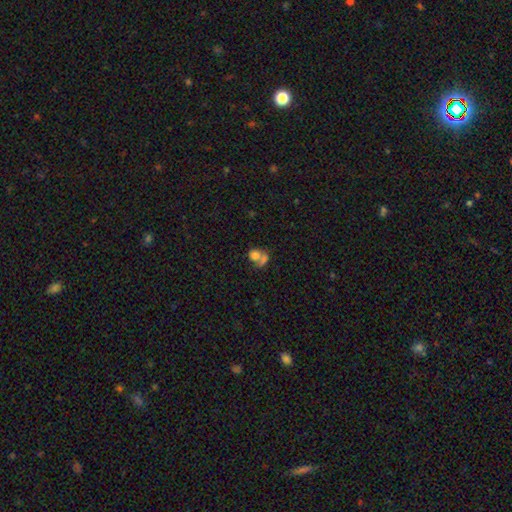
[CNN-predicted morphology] The model was most divided on "how rounded": round: 59%, in between: 40%, cigar-shaped: 1%. More confident: smooth or featured — smooth (73%); merging — merger (59%).